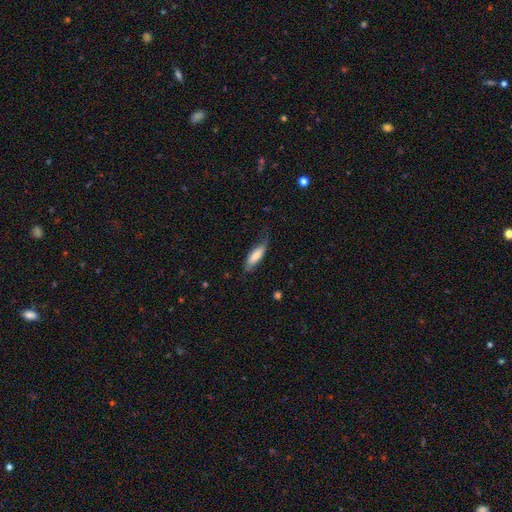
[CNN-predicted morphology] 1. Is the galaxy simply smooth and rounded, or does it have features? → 68% smooth, 26% featured or disk, 6% star or artifact.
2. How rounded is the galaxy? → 58% in between, 40% cigar-shaped, 2% round.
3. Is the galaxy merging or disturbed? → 52% none, 33% minor disturbance, 14% major disturbance, 2% merger.